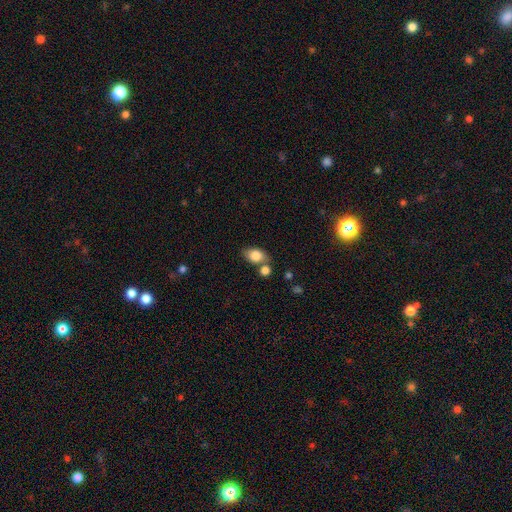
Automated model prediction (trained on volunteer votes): This appears to be a smooth galaxy with no disk features (81%) that is in between round and cigar-shaped (80%). Merging: none (61%).